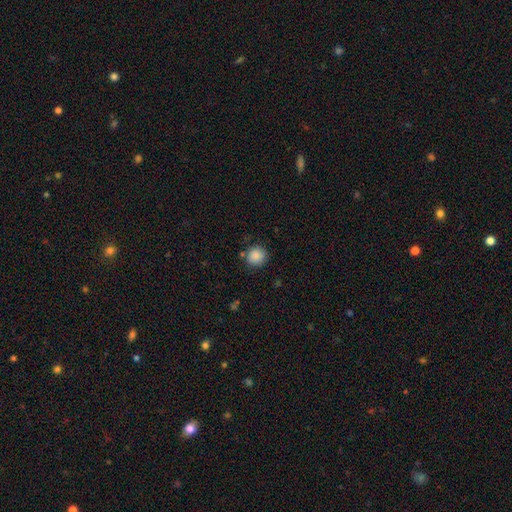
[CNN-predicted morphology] Overall: smooth (88%). How rounded: round (90%). Merging: none (82%).